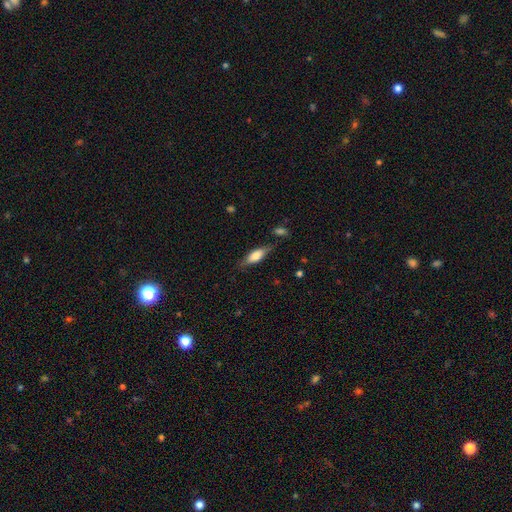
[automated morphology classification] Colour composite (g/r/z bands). It shows a smooth galaxy with no disk features (64%) that is in between round and cigar-shaped (65%). Merging: none (69%).